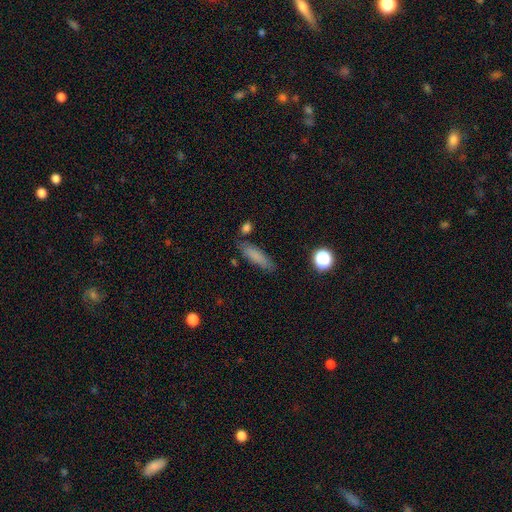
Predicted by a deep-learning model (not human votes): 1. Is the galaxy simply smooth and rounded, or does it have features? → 78% smooth, 11% featured or disk, 10% star or artifact.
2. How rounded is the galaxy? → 64% cigar-shaped, 33% in between, 3% round.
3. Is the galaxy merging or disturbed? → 78% none, 14% minor disturbance, 4% merger, 4% major disturbance.